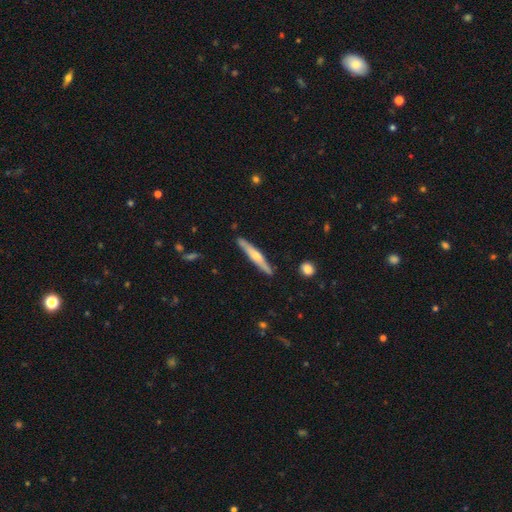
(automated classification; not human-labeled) Smooth or featured? featured or disk (55%)
Edge-on disk? yes (95%)
Edge-on bulge? rounded (74%)
Merging? none (86%)